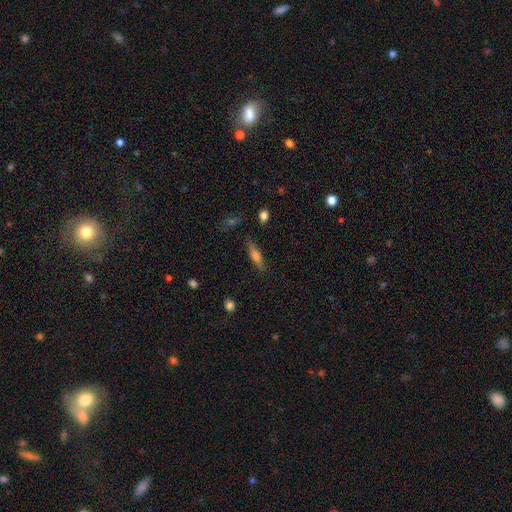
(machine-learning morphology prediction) smooth-or-featured: smooth: 60% | featured or disk: 30% | star or artifact: 9%
  how-rounded: cigar-shaped: 68% | in between: 29% | round: 3%
  merging: none: 83% | minor disturbance: 12% | major disturbance: 3% | merger: 2%